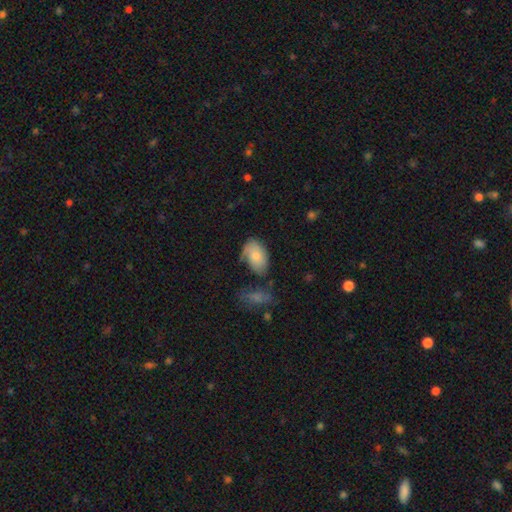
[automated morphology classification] type=smooth (76%); roundness=in between (91%); merging=none (52%).